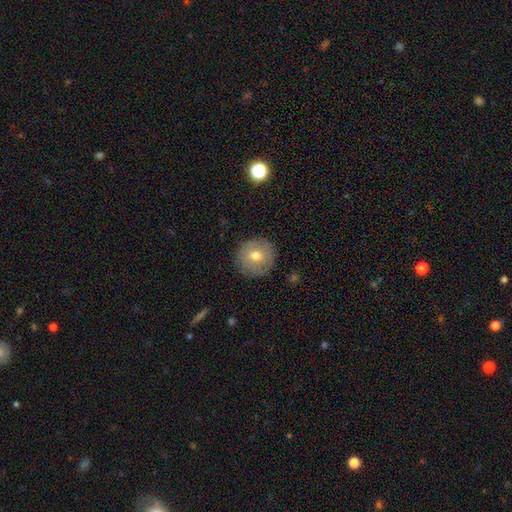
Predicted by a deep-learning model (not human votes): This appears to be a smooth galaxy with no disk features (68%) that is round (94%). Merging: none (88%).